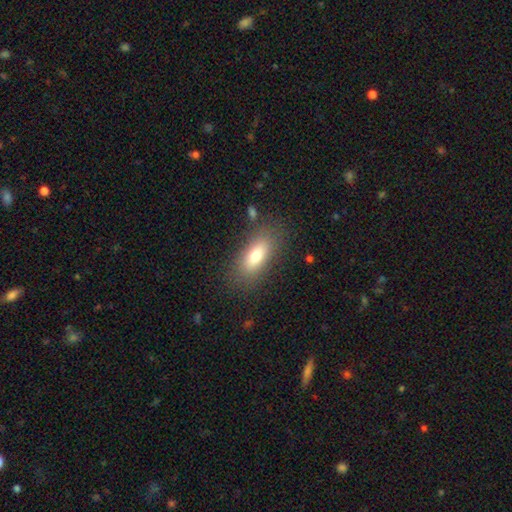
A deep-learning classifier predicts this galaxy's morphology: This appears to be a smooth galaxy with no disk features (77%) that is in between round and cigar-shaped (80%). Merging: none (81%).